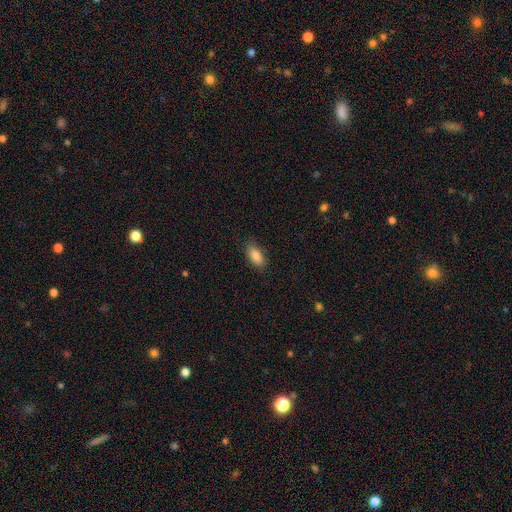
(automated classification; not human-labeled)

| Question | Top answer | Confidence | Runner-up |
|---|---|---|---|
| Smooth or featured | smooth | 87% | star or artifact (7%) |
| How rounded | in between | 89% | cigar-shaped (8%) |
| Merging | none | 84% | minor disturbance (13%) |